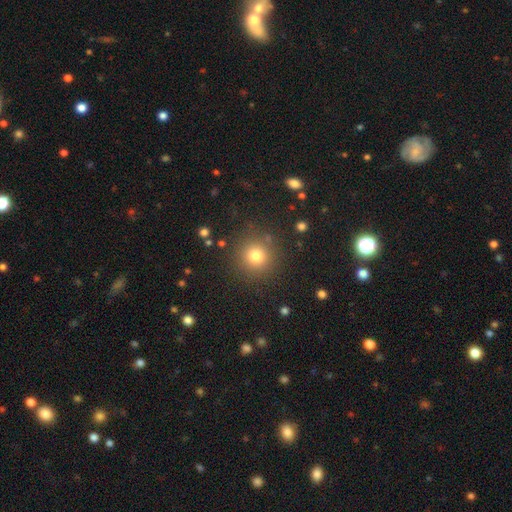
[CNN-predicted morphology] A smooth galaxy with no disk features (77%) that is round (94%).

Vote fractions:
- Smooth or featured? smooth: 77% / star or artifact: 15% / featured or disk: 8%
- How rounded? round: 94% / in between: 5% / cigar-shaped: 1%
- Merging? none: 87% / minor disturbance: 7% / major disturbance: 3% / merger: 3%